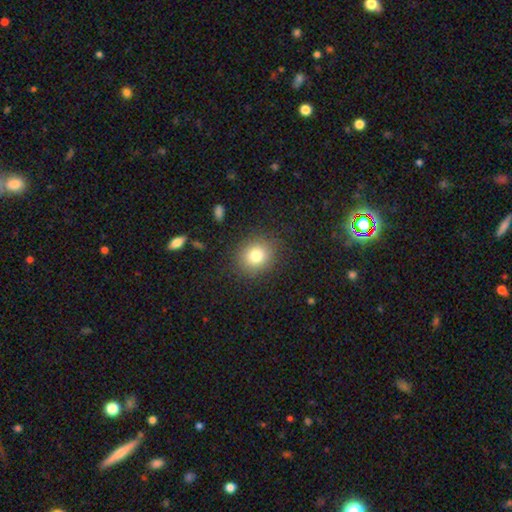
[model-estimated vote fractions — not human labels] Q: Smooth or featured?
A: smooth (79%); runner-up: star or artifact (11%)
Q: How rounded?
A: round (70%); runner-up: in between (29%)
Q: Merging?
A: none (86%); runner-up: minor disturbance (9%)